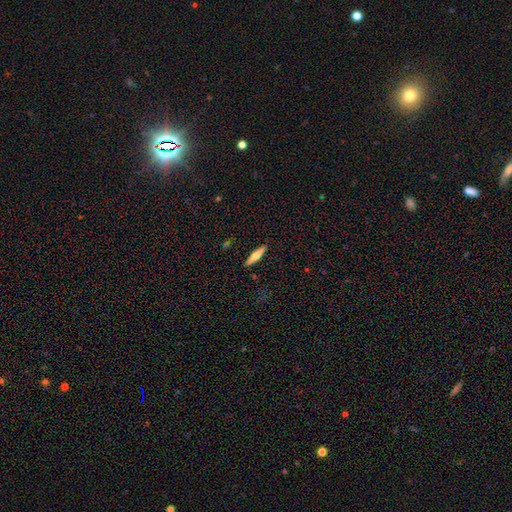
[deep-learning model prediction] This appears to be a smooth galaxy with no disk features (48%). Merging: none (89%).